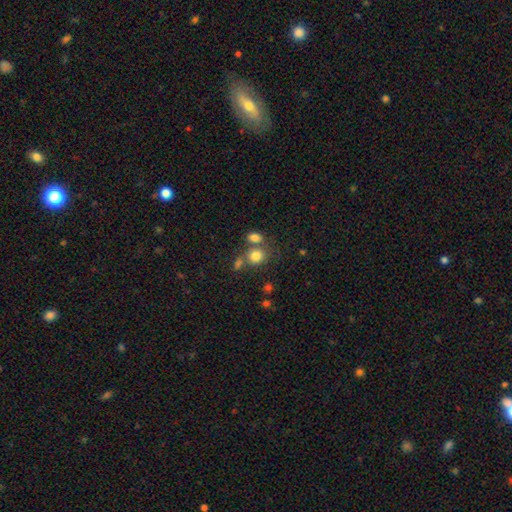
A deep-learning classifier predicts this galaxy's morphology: smooth-or-featured: smooth: 79% | star or artifact: 12% | featured or disk: 9%
  how-rounded: round: 68% | in between: 31% | cigar-shaped: 1%
  merging: none: 51% | merger: 33% | minor disturbance: 11% | major disturbance: 5%